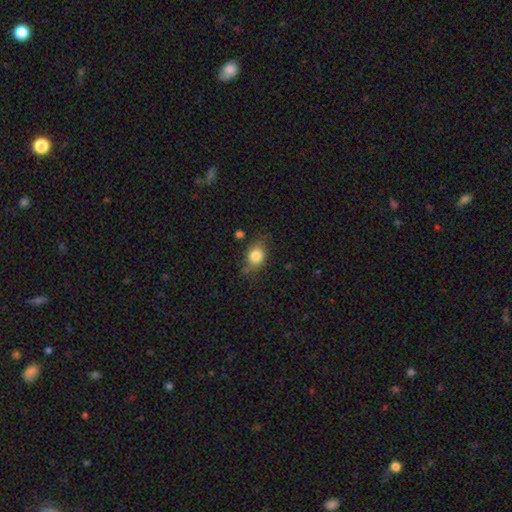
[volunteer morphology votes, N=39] This appears to be a smooth galaxy with no disk features (82%) that is round (50%, tied with in between). Merging: none (50%).